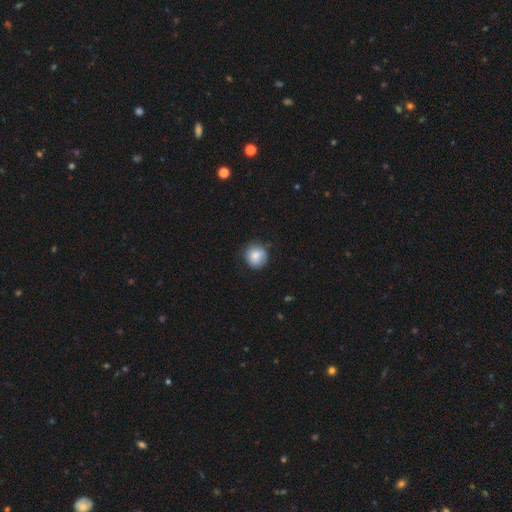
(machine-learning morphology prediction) The model was most divided on "merging": none: 76%, minor disturbance: 19%, major disturbance: 4%, merger: 1%. More confident: how rounded — round (88%); smooth or featured — smooth (84%).